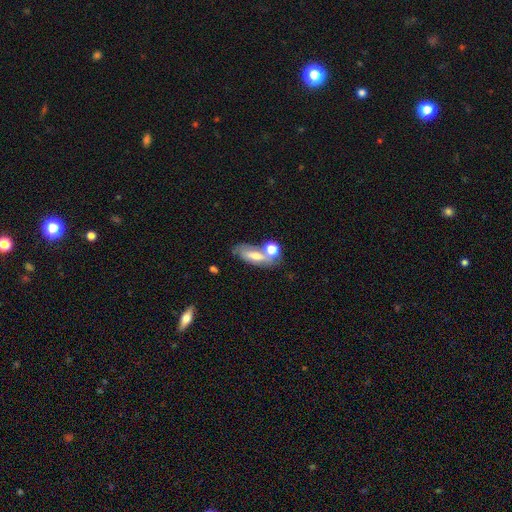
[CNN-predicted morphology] A smooth galaxy with no disk features (54%) that is in between round and cigar-shaped (69%).

Vote fractions:
- Smooth or featured? smooth: 54% / featured or disk: 34% / star or artifact: 12%
- How rounded? in between: 69% / cigar-shaped: 22% / round: 10%
- Merging? none: 46% / merger: 28% / minor disturbance: 17% / major disturbance: 9%